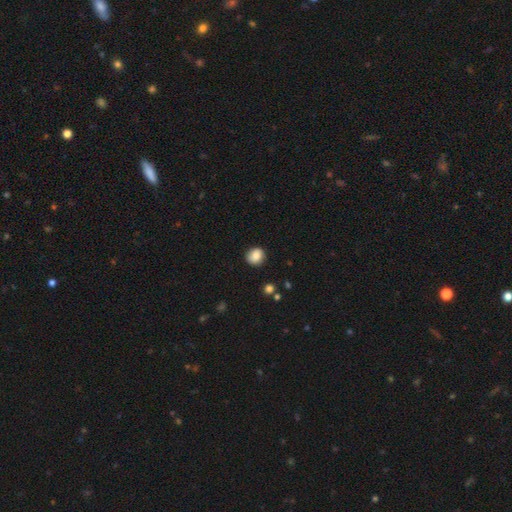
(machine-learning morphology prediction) Smooth or featured: smooth — 83% (star or artifact — 9%)
How rounded: round — 81% (in between — 18%)
Merging: none — 85% (minor disturbance — 11%)